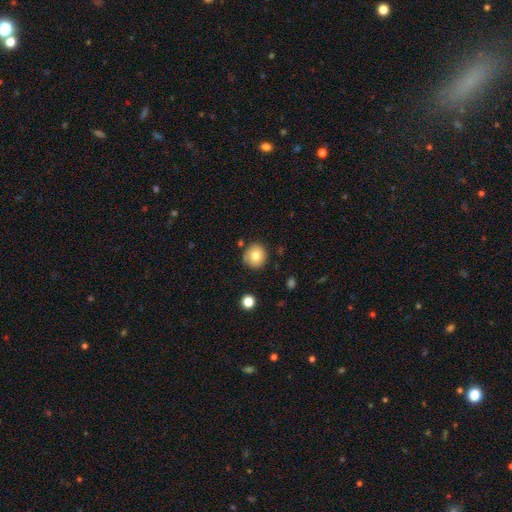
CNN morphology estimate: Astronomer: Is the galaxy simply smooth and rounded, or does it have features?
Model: smooth — 79%.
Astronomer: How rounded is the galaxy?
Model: round — 91%.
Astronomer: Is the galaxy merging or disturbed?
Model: none — 82%.